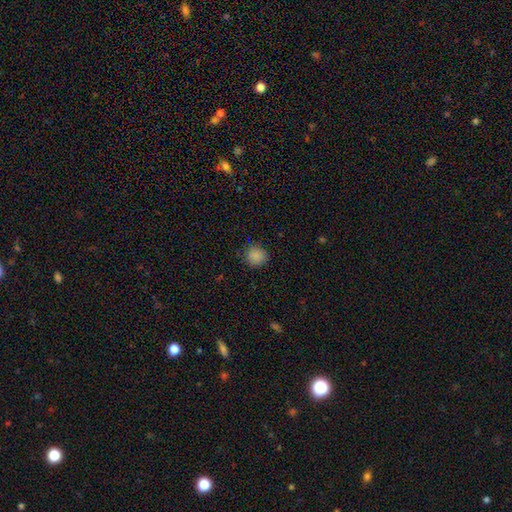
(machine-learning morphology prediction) A smooth galaxy with no disk features (86%) that is round (90%). Merging: none (85%).